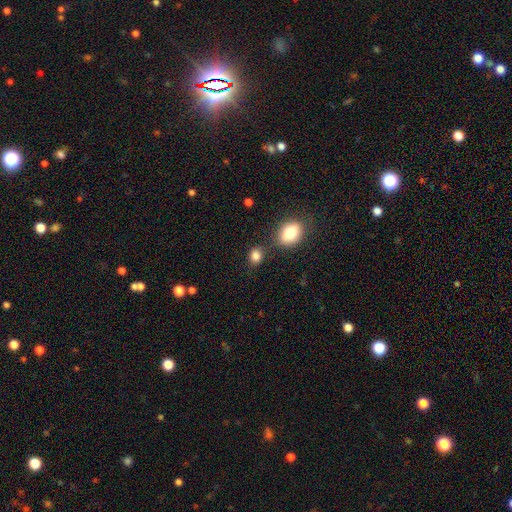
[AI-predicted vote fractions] Smooth or featured? Predicted: smooth (p=0.83). How rounded? Predicted: round (p=0.53). Merging? Predicted: none (p=0.71).